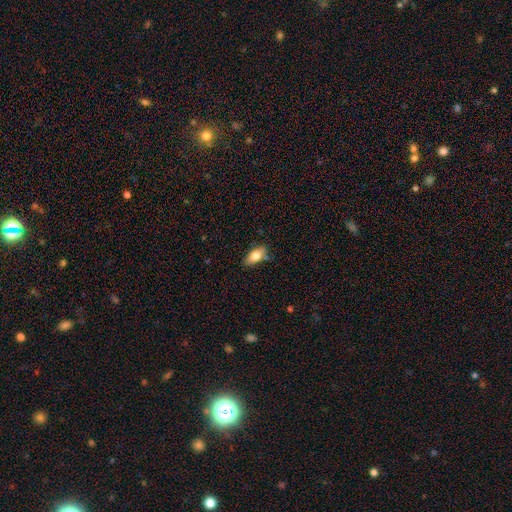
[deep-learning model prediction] smooth 77%, featured or disk 15%, star or artifact 8%. Down the decision tree: how rounded — in between (87%); merging — none (67%).